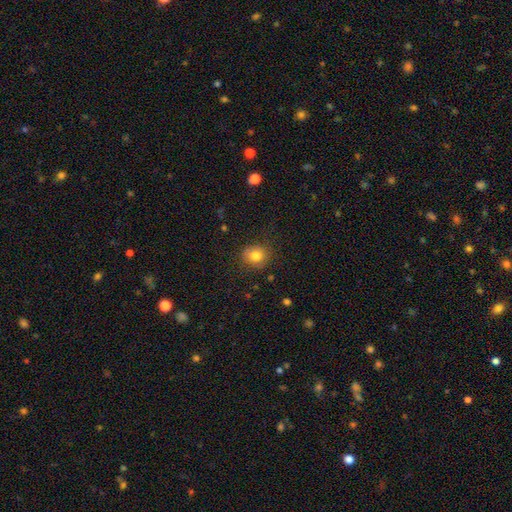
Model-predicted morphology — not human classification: Smooth or featured: smooth — 80% (star or artifact — 10%)
How rounded: round — 76% (in between — 24%)
Merging: none — 79% (minor disturbance — 15%)